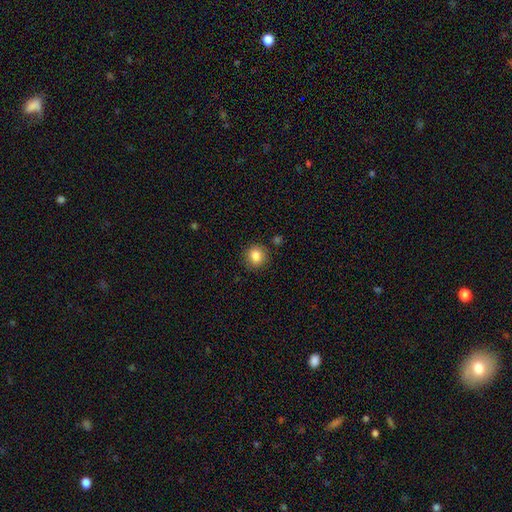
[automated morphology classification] Q: Smooth or featured?
A: smooth (84%); runner-up: star or artifact (10%)
Q: How rounded?
A: round (86%); runner-up: in between (14%)
Q: Merging?
A: none (86%); runner-up: minor disturbance (9%)